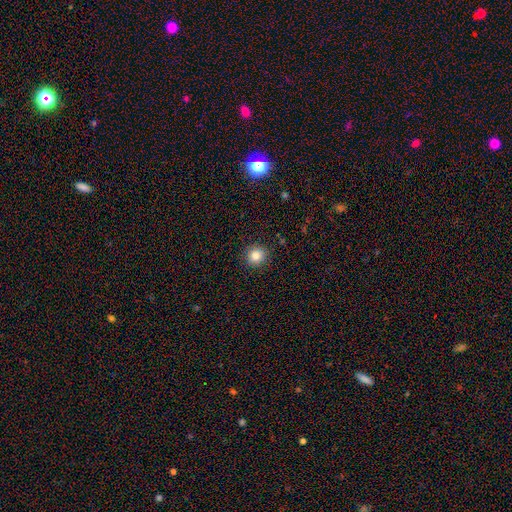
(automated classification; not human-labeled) smooth_or_featured: smooth (p=0.83) [alt: star or artifact p=0.11]
how_rounded: round (p=0.89) [alt: in between p=0.10]
merging: none (p=0.90) [alt: minor disturbance p=0.07]